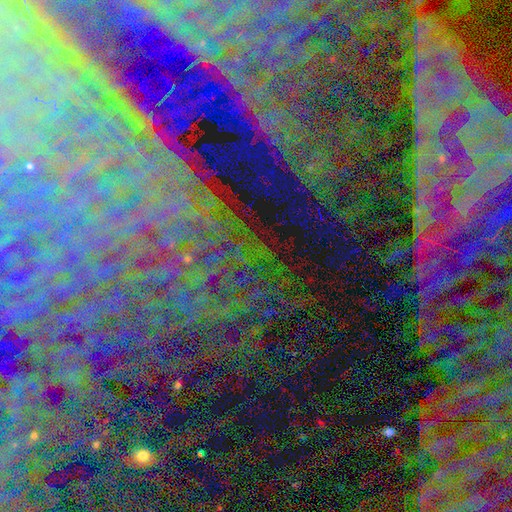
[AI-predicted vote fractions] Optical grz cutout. It shows a star or artifact, not a galaxy (82%).